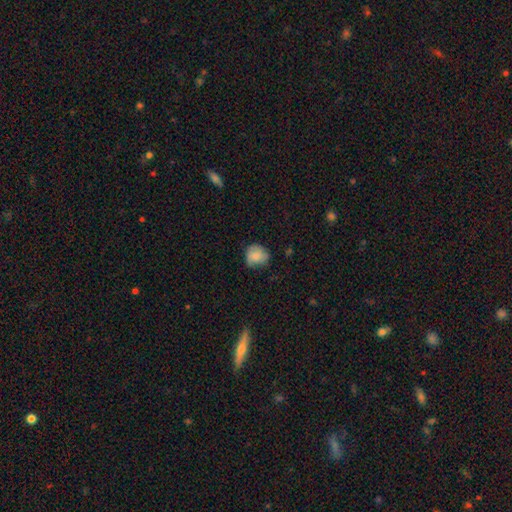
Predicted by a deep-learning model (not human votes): The model was most divided on "merging": none: 61%, minor disturbance: 30%, major disturbance: 8%, merger: 1%. More confident: how rounded — round (77%); smooth or featured — smooth (77%).